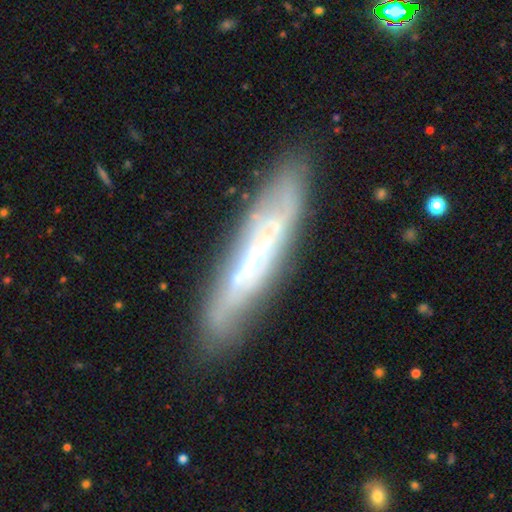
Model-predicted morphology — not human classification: Q: Smooth or featured?
A: featured or disk (67%); runner-up: smooth (25%)
Q: Edge-on disk?
A: yes (59%); runner-up: no (41%)
Q: Merging?
A: none (76%); runner-up: minor disturbance (16%)